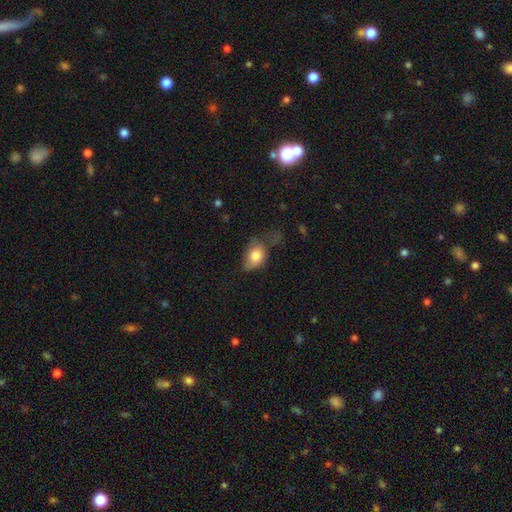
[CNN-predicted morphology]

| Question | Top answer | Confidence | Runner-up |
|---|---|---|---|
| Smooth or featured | smooth | 78% | featured or disk (14%) |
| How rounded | in between | 72% | round (27%) |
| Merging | minor disturbance | 37% | none (34%) |